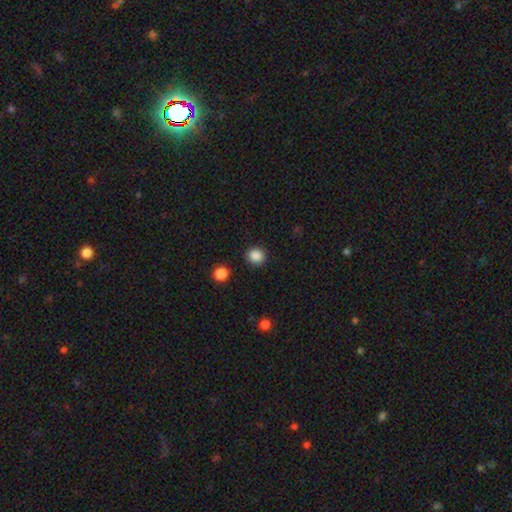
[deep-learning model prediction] smooth 87%, star or artifact 10%, featured or disk 3%. Down the decision tree: how rounded — round (85%); merging — none (90%).